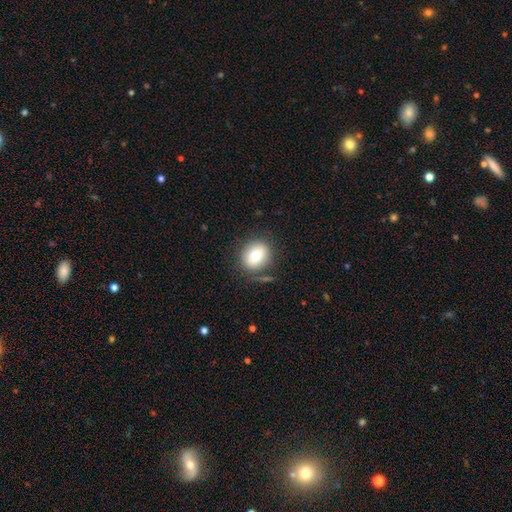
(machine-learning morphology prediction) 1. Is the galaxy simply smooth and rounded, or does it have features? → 74% smooth, 16% featured or disk, 10% star or artifact.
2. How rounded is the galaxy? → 71% round, 28% in between, 1% cigar-shaped.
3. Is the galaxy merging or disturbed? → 78% none, 13% minor disturbance, 5% major disturbance, 4% merger.